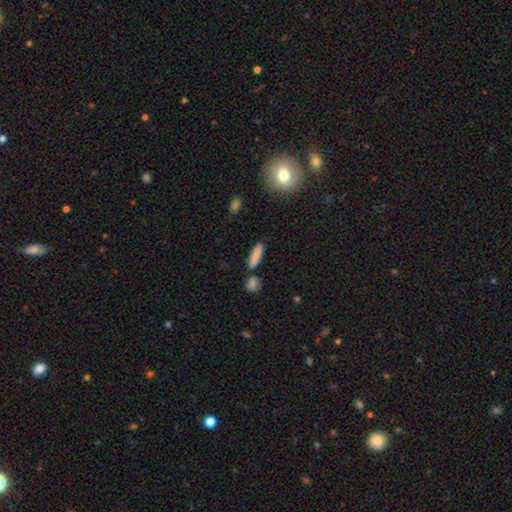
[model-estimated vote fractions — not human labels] Smooth or featured?
  - smooth: 83% *
  - featured or disk: 9%
  - star or artifact: 8%
How rounded?
  - cigar-shaped: 67% *
  - in between: 30%
  - round: 3%
Merging?
  - none: 78% *
  - minor disturbance: 10%
  - merger: 9%
  - major disturbance: 3%